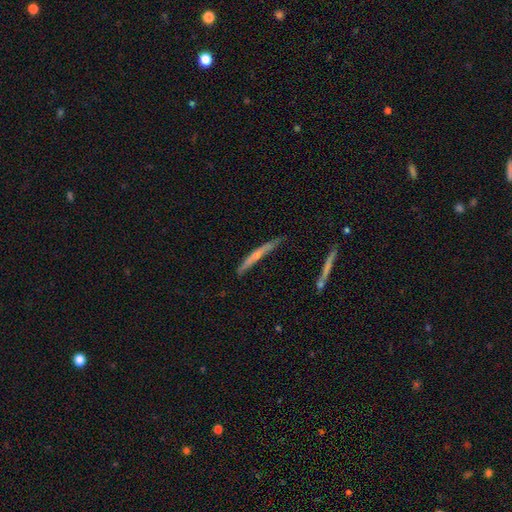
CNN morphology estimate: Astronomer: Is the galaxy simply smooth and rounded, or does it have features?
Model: smooth — 48% (runner-up: featured or disk, 46%).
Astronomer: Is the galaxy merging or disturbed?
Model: none — 70%.